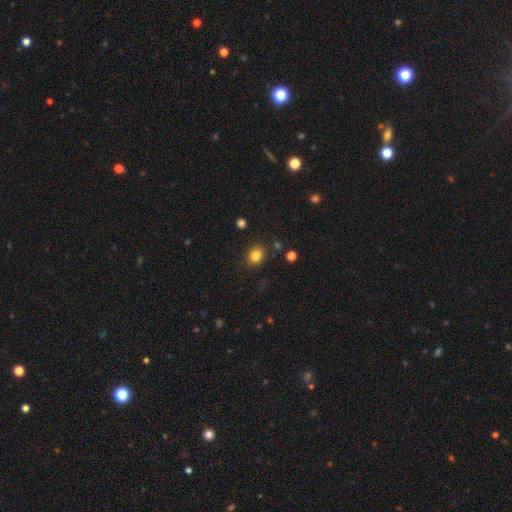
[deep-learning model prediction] The model was most divided on "how rounded": round: 64%, in between: 35%, cigar-shaped: 1%. More confident: merging — none (86%); smooth or featured — smooth (83%).